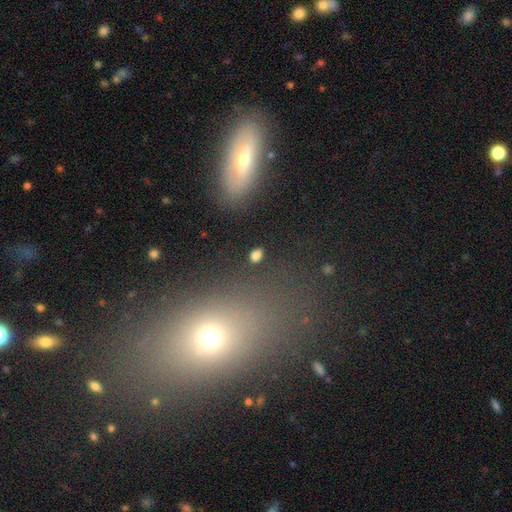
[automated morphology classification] type=smooth (77%); roundness=in between (79%); merging=none (85%).